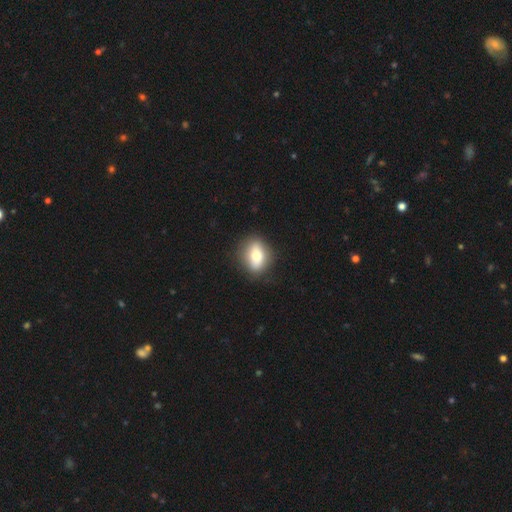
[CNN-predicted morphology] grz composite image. It shows a smooth galaxy with no disk features (69%) that is in between round and cigar-shaped (66%). Merging: none (85%).